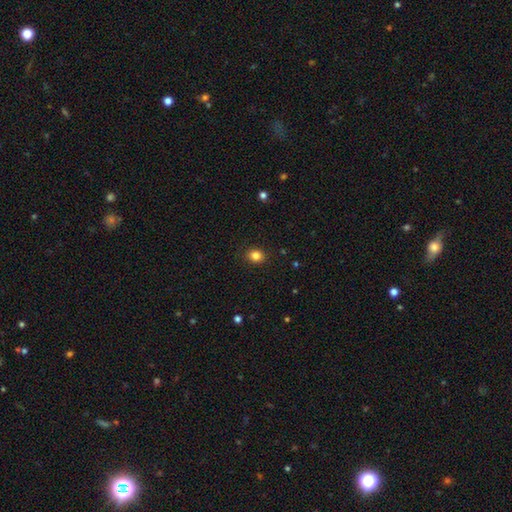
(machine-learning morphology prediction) The model was most divided on "how rounded": round: 63%, in between: 36%, cigar-shaped: 1%. More confident: merging — none (89%); smooth or featured — smooth (84%).